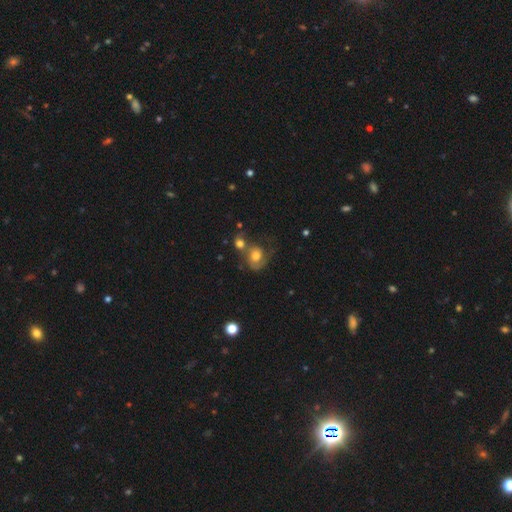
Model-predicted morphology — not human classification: A smooth galaxy with no disk features (53%) that is round (65%). Merging: merger (36%).